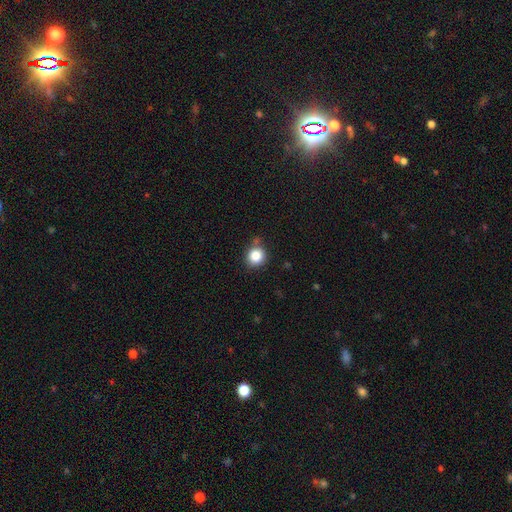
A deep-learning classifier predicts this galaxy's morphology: This is clearly a smooth galaxy (85%). How rounded: clearly round (88%). Merging: likely none (77%).